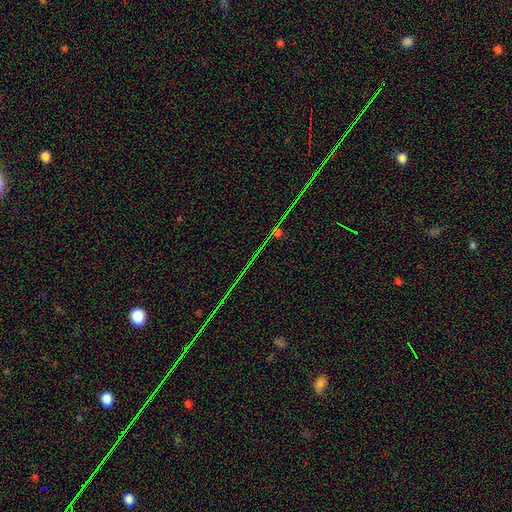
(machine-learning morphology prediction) smooth-or-featured: star or artifact: 81% | smooth: 10% | featured or disk: 9%